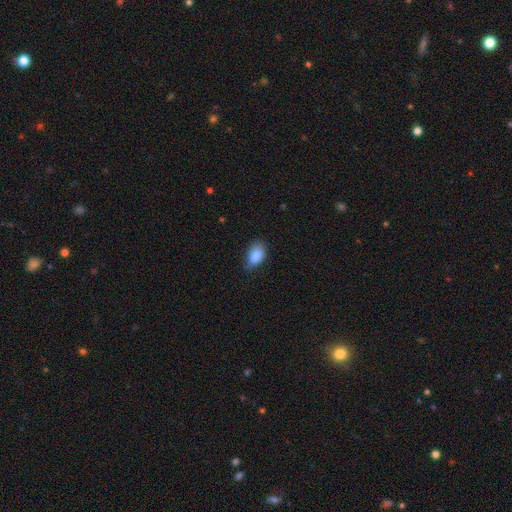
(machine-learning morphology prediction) smooth 85%, star or artifact 8%, featured or disk 7%. Down the decision tree: how rounded — in between (89%); merging — none (65%).